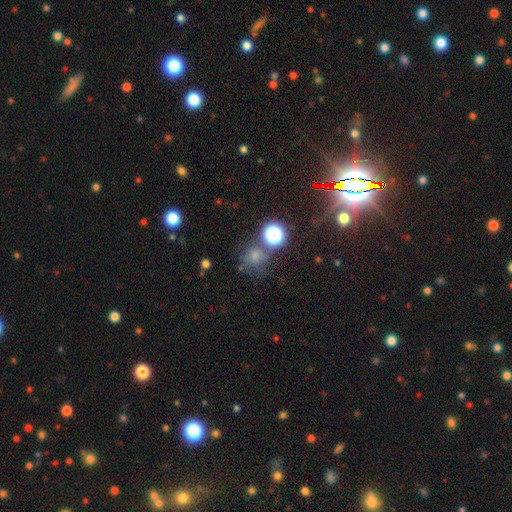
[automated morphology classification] This is possibly a star or artifact rather than a galaxy (55%).